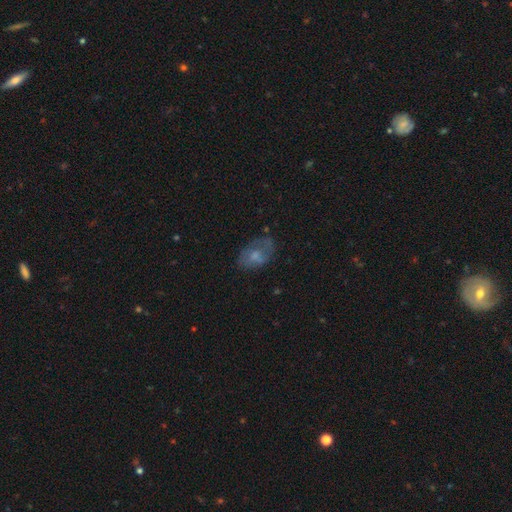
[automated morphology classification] smooth-or-featured: smooth: 52% | featured or disk: 39% | star or artifact: 9%
  how-rounded: in between: 87% | round: 12% | cigar-shaped: 2%
  merging: none: 54% | minor disturbance: 27% | major disturbance: 16% | merger: 3%